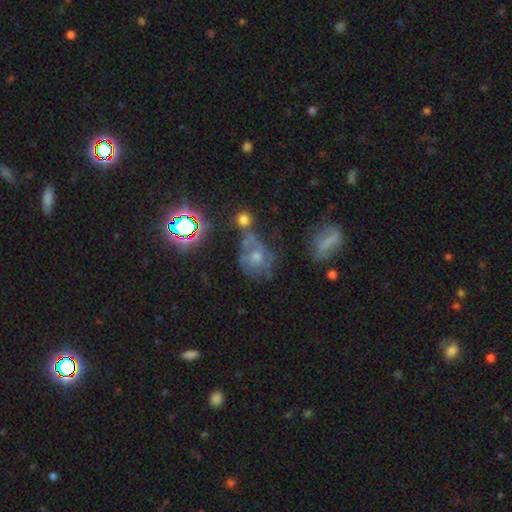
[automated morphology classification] This appears to be a featured or disk galaxy (39%). Merging: none (37%).